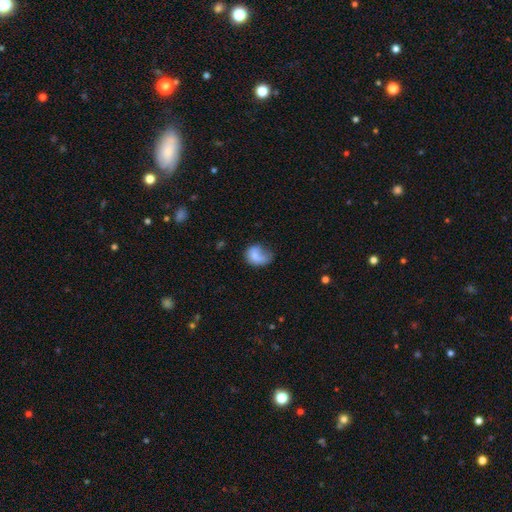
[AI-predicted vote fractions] Overall: smooth (71%). How rounded: in between (61%; round 38%). Merging: minor disturbance (34%; major disturbance 31%).